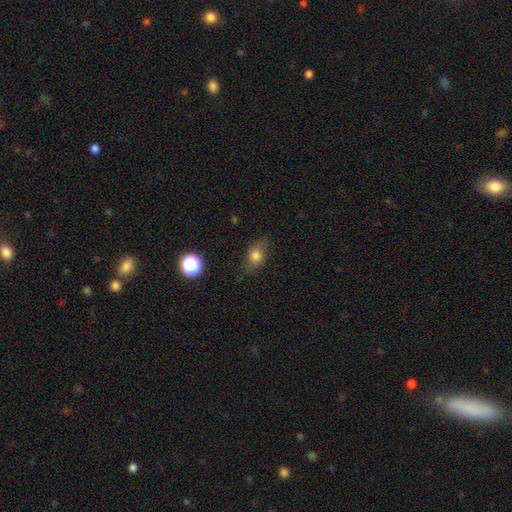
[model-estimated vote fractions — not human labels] smooth 76%, featured or disk 12%, star or artifact 11%. Down the decision tree: how rounded — in between (65%); merging — none (70%).